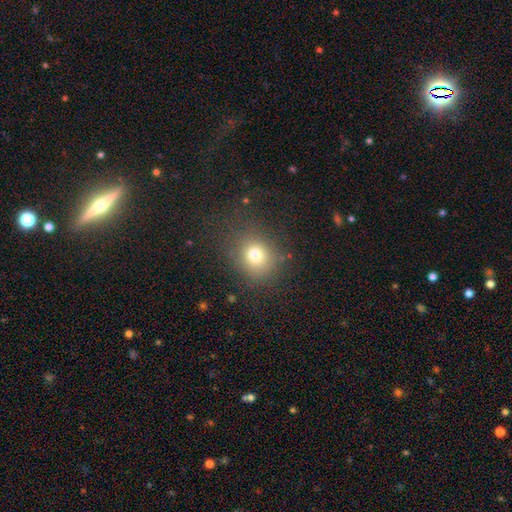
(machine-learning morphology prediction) A smooth galaxy with no disk features (75%) that is round (75%). Merging: none (79%).